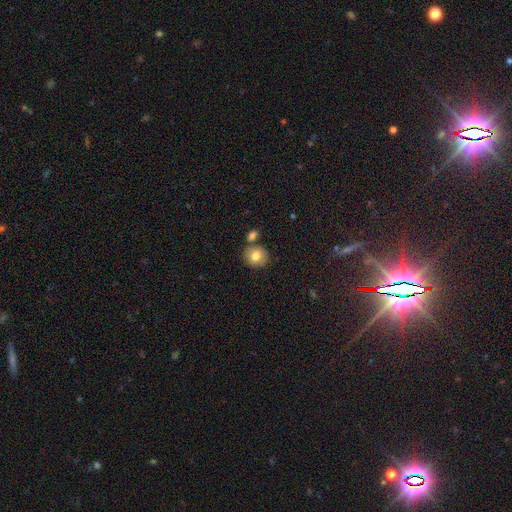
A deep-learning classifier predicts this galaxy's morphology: A smooth galaxy with no disk features (81%) that is round (81%).

Vote fractions:
- Smooth or featured? smooth: 81% / featured or disk: 11% / star or artifact: 9%
- How rounded? round: 81% / in between: 18% / cigar-shaped: 1%
- Merging? none: 71% / merger: 16% / minor disturbance: 11% / major disturbance: 3%